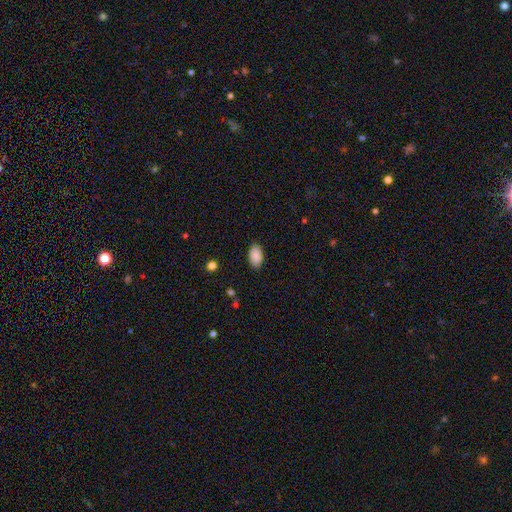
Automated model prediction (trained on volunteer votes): Q: Smooth or featured?
A: smooth (90%); runner-up: star or artifact (7%)
Q: How rounded?
A: in between (94%); runner-up: round (5%)
Q: Merging?
A: none (87%); runner-up: minor disturbance (9%)